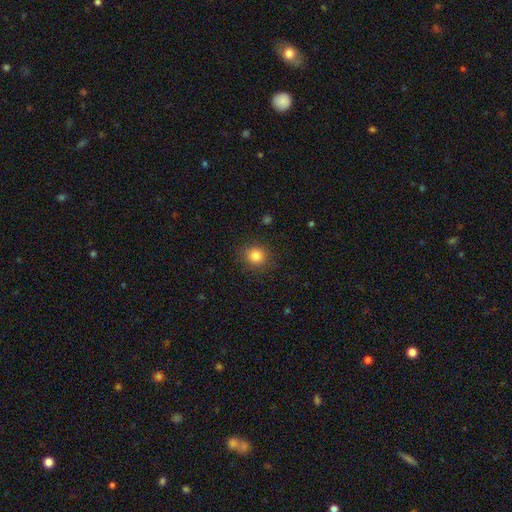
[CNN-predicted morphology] This is clearly a smooth galaxy (83%). How rounded: clearly round (88%). Merging: clearly none (88%).